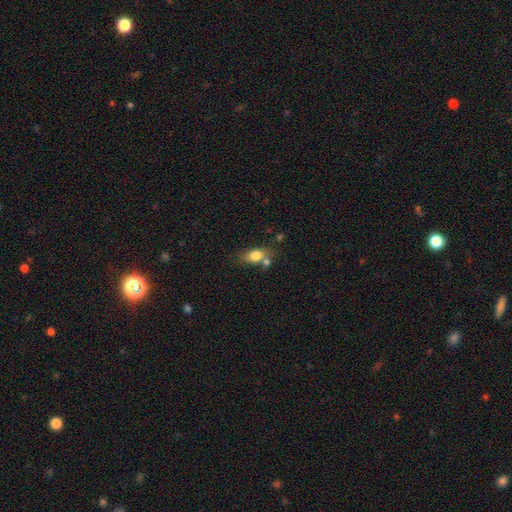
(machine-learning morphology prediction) The model was most divided on "merging": none: 53%, merger: 24%, minor disturbance: 17%, major disturbance: 6%. More confident: how rounded — in between (80%); smooth or featured — smooth (79%).